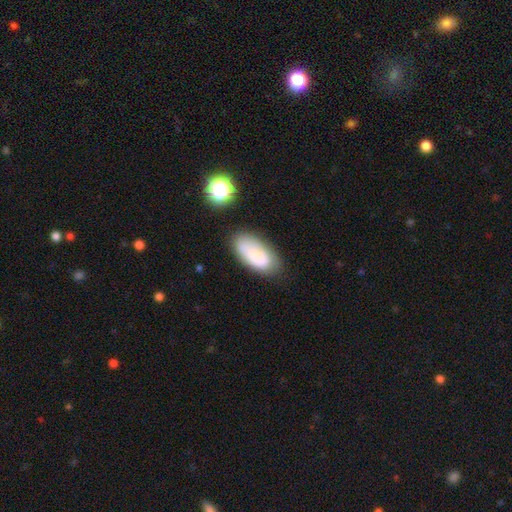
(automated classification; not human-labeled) smooth 70%, featured or disk 21%, star or artifact 9%. Down the decision tree: how rounded — in between (91%); merging — none (67%).